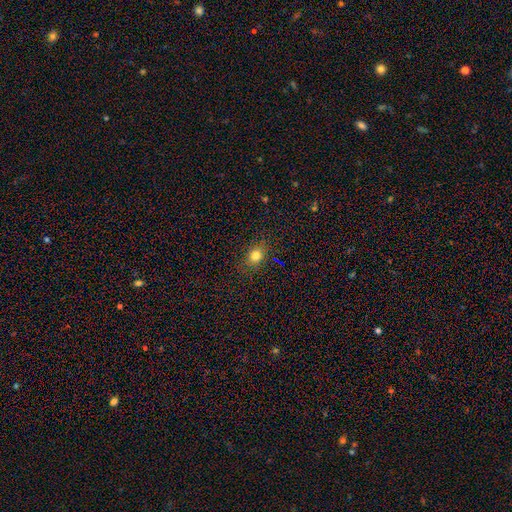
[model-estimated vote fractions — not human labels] Smooth or featured: smooth — 78% (star or artifact — 15%)
How rounded: round — 58% (in between — 41%)
Merging: none — 85% (minor disturbance — 10%)